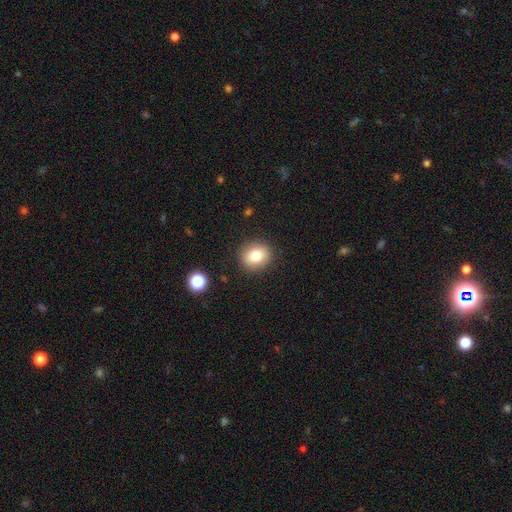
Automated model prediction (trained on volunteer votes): Smooth or featured? Predicted: smooth (p=0.79). How rounded? Predicted: round (p=0.79). Merging? Predicted: none (p=0.89).